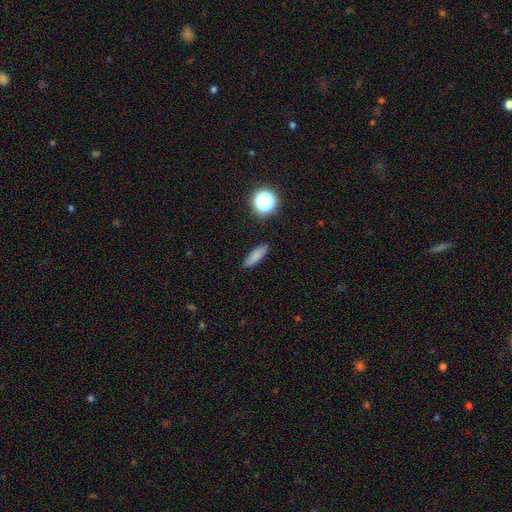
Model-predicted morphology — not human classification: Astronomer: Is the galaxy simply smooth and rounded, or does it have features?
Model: smooth — 79%.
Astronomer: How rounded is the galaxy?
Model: cigar-shaped — 51% (runner-up: in between, 44%).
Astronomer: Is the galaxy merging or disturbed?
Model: none — 86%.